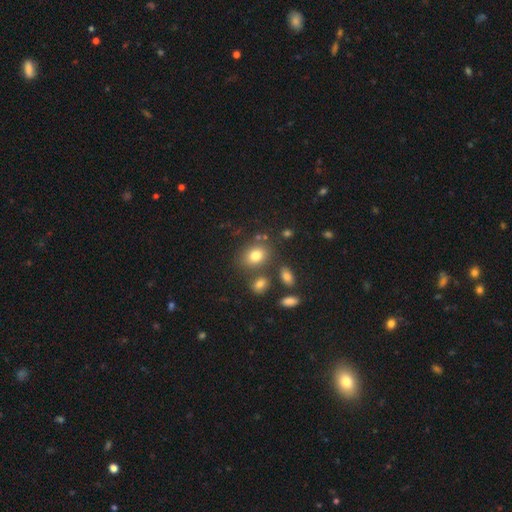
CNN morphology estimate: A smooth galaxy with no disk features (79%) that is in between round and cigar-shaped (59%). Merging: none (71%).